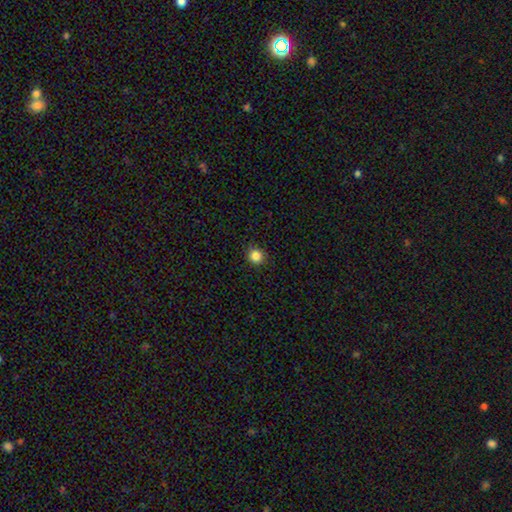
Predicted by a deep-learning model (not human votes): Morphology: type=smooth (85%); roundness=round (92%); merging=none (92%).